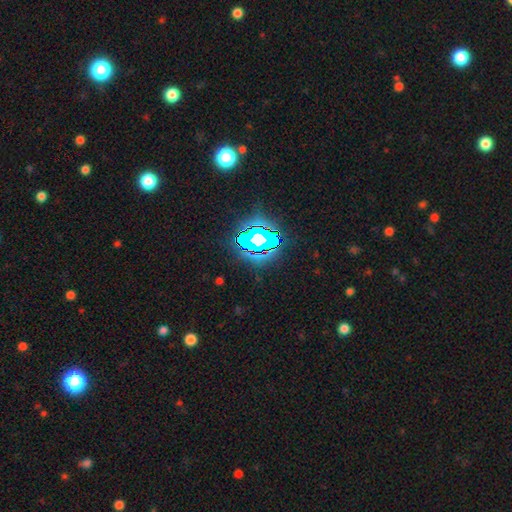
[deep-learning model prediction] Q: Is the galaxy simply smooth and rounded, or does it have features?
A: star or artifact — 83%.